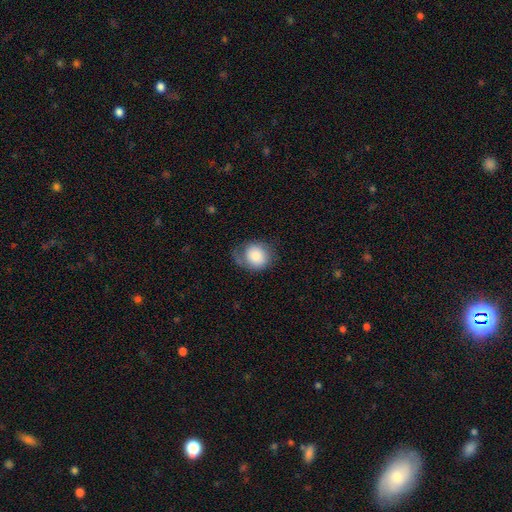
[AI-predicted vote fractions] Smooth or featured? smooth (76%)
How rounded? round (72%)
Merging? none (52%)